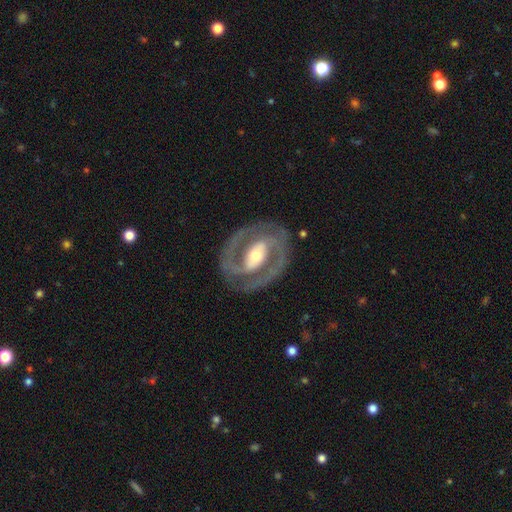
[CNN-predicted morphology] featured or disk 89%, smooth 7%, star or artifact 4%. Down the decision tree: edge-on disk — no (96%); bar — strong (51%); spiral arms — yes (94%); spiral arm count — 2 (91%); spiral winding — tight (47%); bulge size — moderate (59%); merging — none (84%).